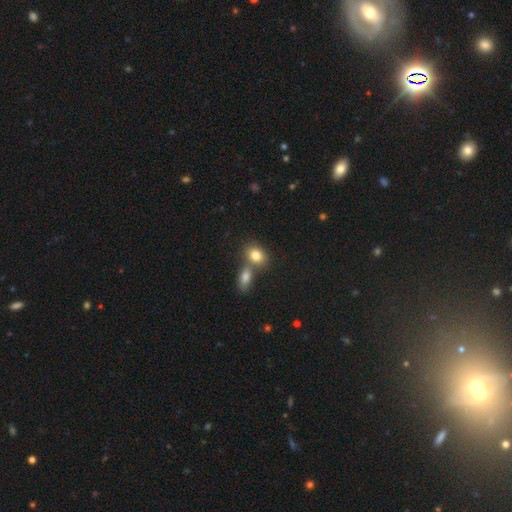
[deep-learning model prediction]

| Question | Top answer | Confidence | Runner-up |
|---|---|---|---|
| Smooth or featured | smooth | 81% | featured or disk (10%) |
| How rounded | in between | 68% | round (30%) |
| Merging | merger | 45% | none (44%) |